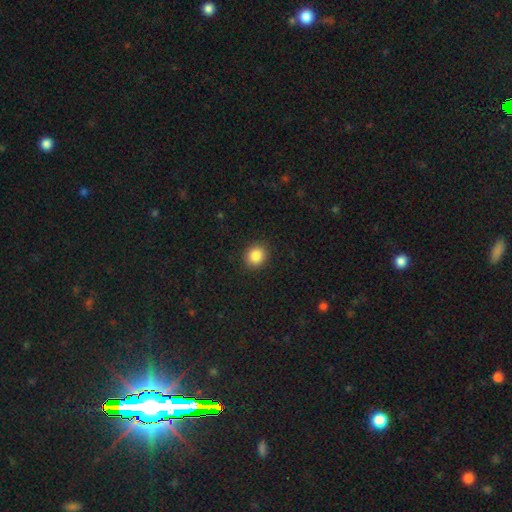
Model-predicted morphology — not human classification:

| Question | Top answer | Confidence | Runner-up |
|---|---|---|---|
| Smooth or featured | smooth | 86% | star or artifact (10%) |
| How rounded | round | 85% | in between (14%) |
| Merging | none | 91% | minor disturbance (6%) |